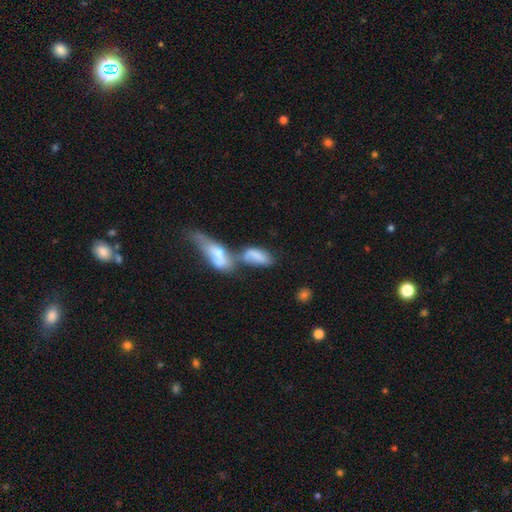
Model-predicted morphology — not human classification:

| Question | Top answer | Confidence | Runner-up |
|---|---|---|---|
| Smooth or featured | smooth | 69% | featured or disk (23%) |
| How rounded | in between | 82% | cigar-shaped (15%) |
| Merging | merger | 70% | none (13%) |